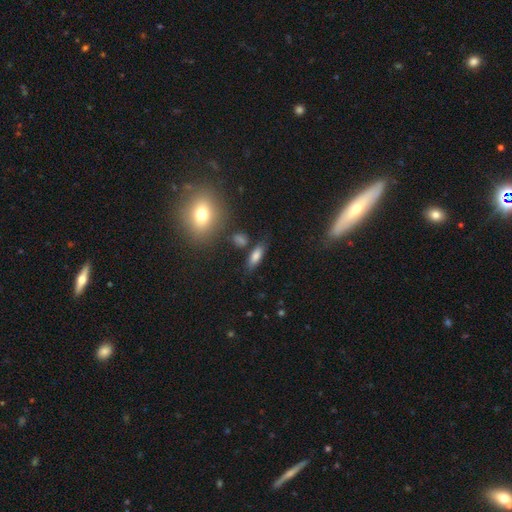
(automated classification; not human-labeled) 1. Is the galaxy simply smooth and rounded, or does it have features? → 79% smooth, 12% featured or disk, 10% star or artifact.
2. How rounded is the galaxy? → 68% in between, 27% cigar-shaped, 5% round.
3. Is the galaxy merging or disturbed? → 75% none, 15% minor disturbance, 6% merger, 5% major disturbance.